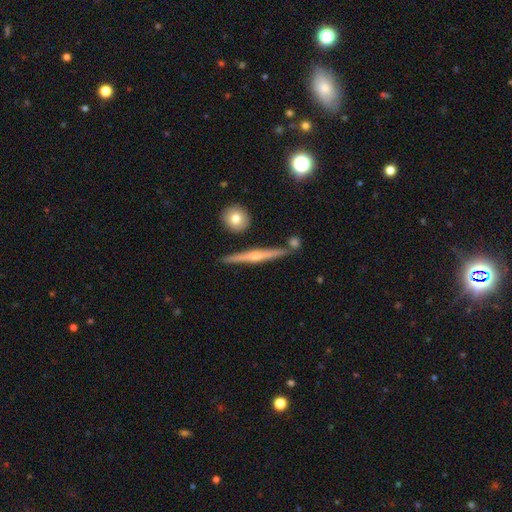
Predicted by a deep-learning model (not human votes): The model was most divided on "smooth or featured": featured or disk: 70%, smooth: 19%, star or artifact: 11%. More confident: edge-on disk — yes (95%); merging — none (79%); edge-on bulge — rounded (74%).